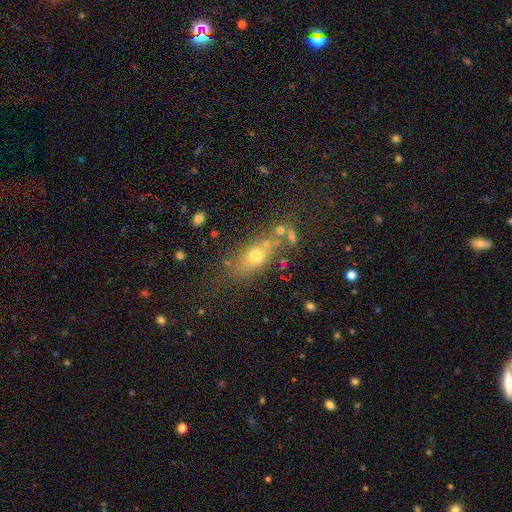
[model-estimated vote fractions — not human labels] Smooth or featured? smooth (62%)
How rounded? in between (60%)
Merging? none (60%)